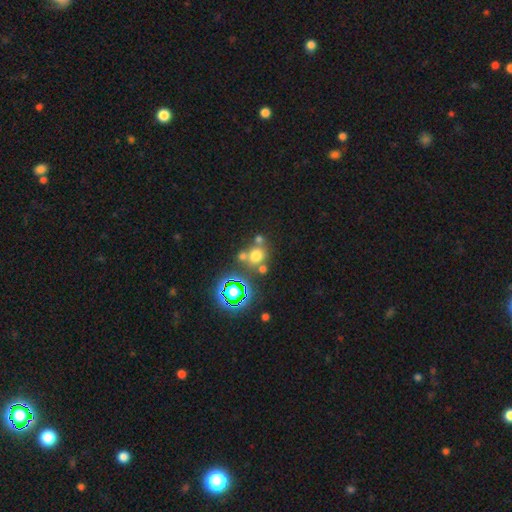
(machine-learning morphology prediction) Q: Smooth or featured?
A: smooth (61%); runner-up: star or artifact (27%)
Q: How rounded?
A: round (80%); runner-up: in between (19%)
Q: Merging?
A: none (56%); runner-up: merger (28%)